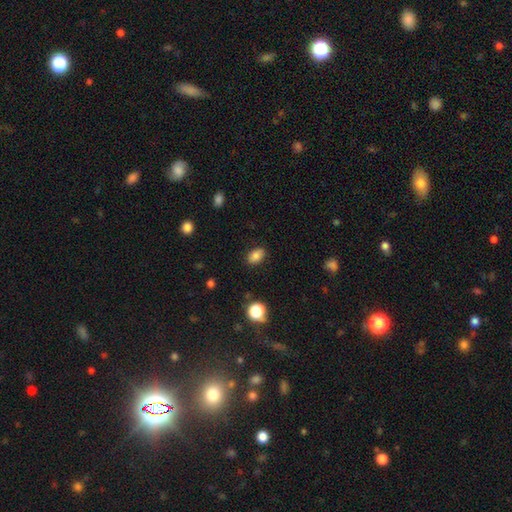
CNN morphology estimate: smooth 82%, star or artifact 10%, featured or disk 8%. Down the decision tree: how rounded — in between (81%); merging — none (85%).